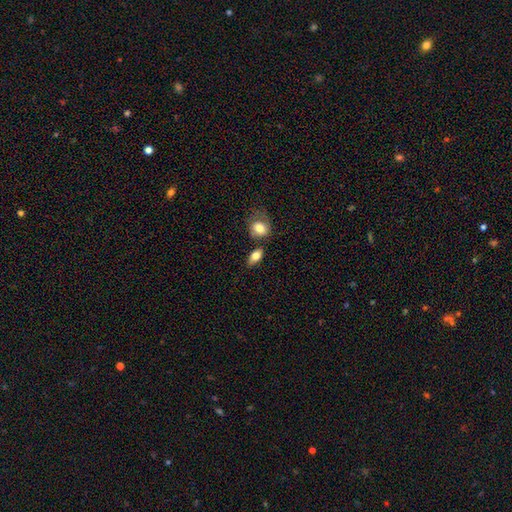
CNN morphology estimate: smooth_or_featured: smooth (p=0.77) [alt: featured or disk p=0.16]
how_rounded: in between (p=0.83) [alt: round p=0.12]
merging: none (p=0.63) [alt: merger p=0.17]